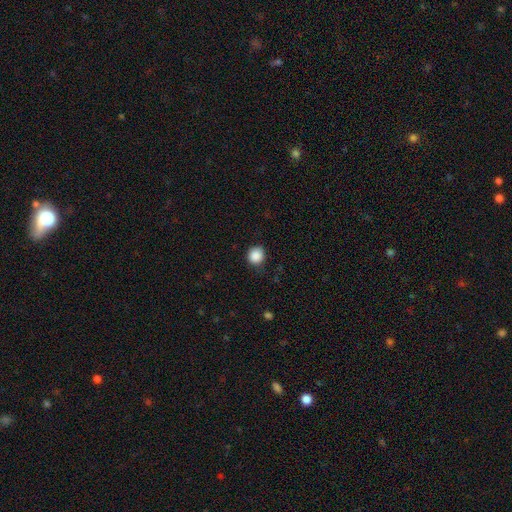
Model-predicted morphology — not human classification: This appears to be a smooth galaxy with no disk features (88%) that is round (90%). Merging: none (84%).